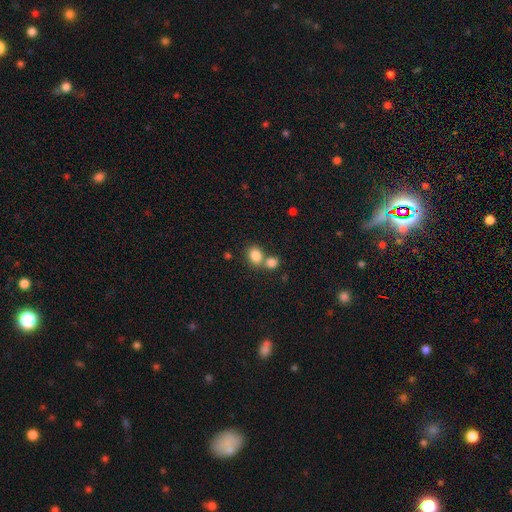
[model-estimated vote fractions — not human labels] This is clearly a smooth galaxy (84%). How rounded: possibly in between (50%). Merging: possibly none (45%).